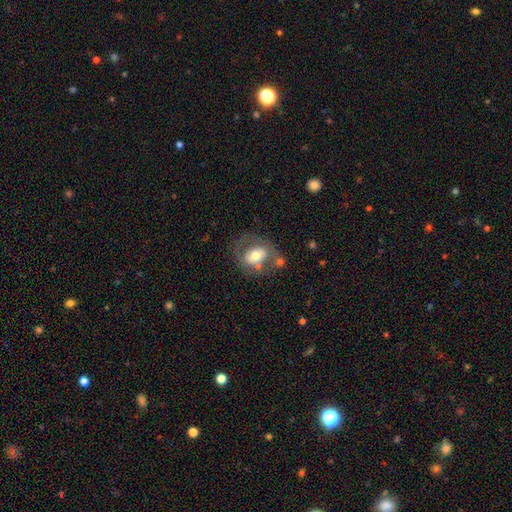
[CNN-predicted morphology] This appears to be a featured or disk galaxy (47%). Merging: none (48%).